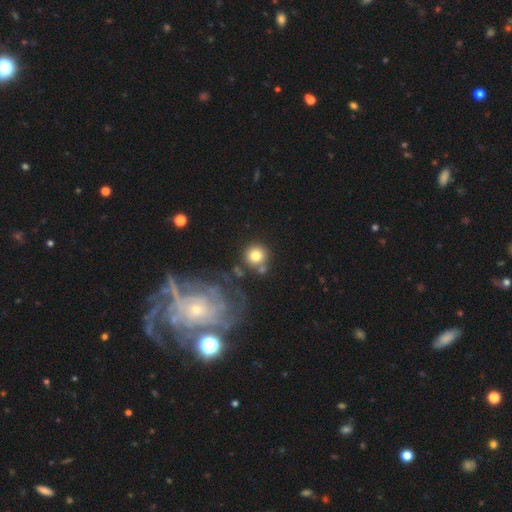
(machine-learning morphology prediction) A smooth galaxy with no disk features (77%) that is round (93%). Merging: none (70%).